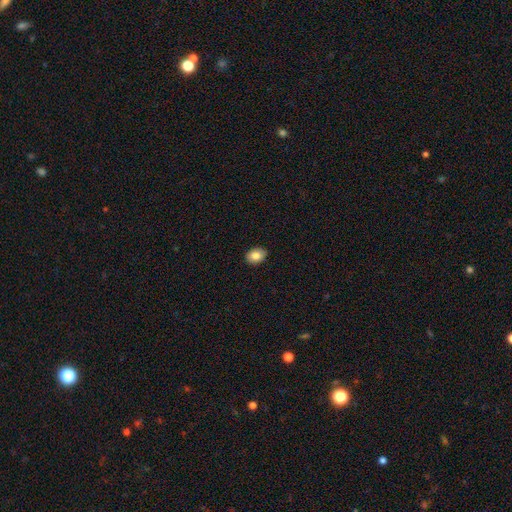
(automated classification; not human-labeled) smooth 85%, star or artifact 8%, featured or disk 8%. Down the decision tree: how rounded — in between (73%); merging — none (90%).